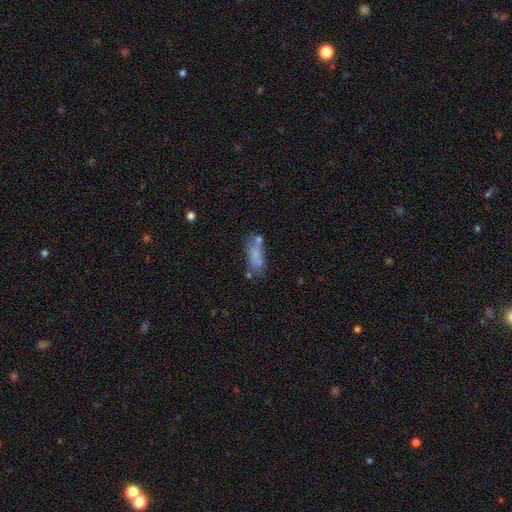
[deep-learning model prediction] This is likely a smooth galaxy (62%). How rounded: likely in between (70%). Merging: marginally none (38%).